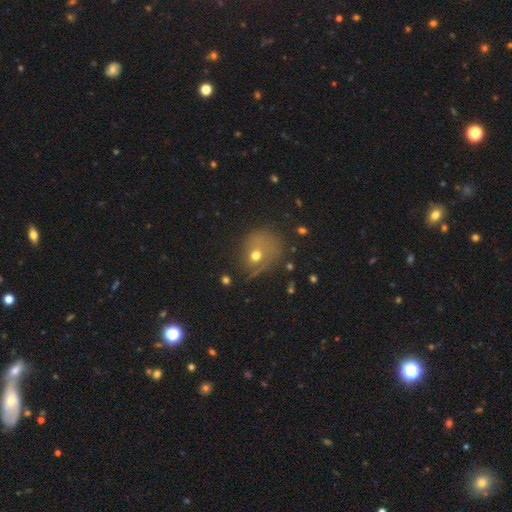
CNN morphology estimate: smooth 61%, featured or disk 22%, star or artifact 17%. Down the decision tree: how rounded — round (59%); merging — none (45%).